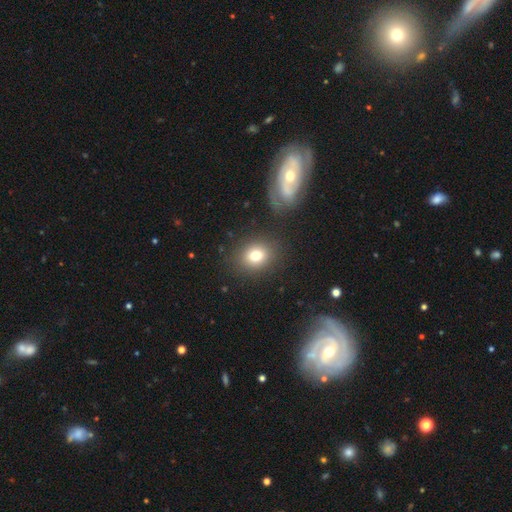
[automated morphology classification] This is likely a smooth galaxy (77%). How rounded: likely round (64%). Merging: clearly none (84%).